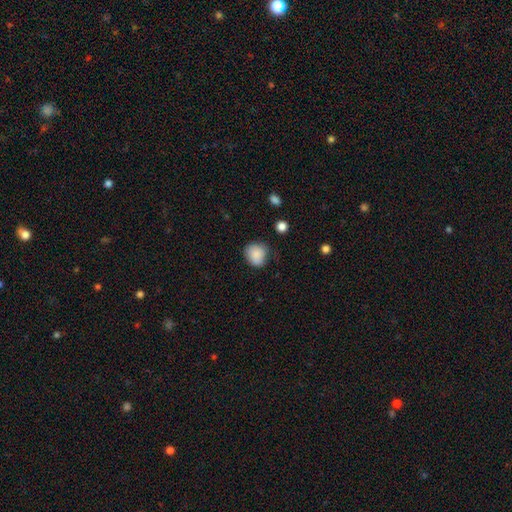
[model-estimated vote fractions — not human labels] Smooth or featured?
  - smooth: 86% *
  - star or artifact: 9%
  - featured or disk: 6%
How rounded?
  - round: 75% *
  - in between: 24%
  - cigar-shaped: 1%
Merging?
  - none: 66% *
  - minor disturbance: 26%
  - major disturbance: 6%
  - merger: 2%